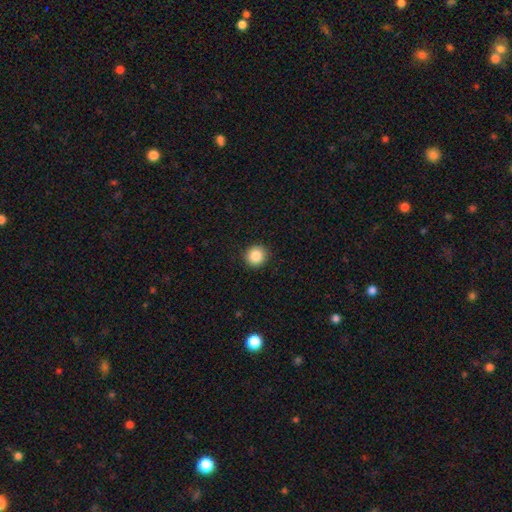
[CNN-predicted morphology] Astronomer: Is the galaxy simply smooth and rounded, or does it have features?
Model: smooth — 87%.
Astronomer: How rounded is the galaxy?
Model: round — 93%.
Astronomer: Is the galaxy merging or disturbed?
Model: none — 92%.